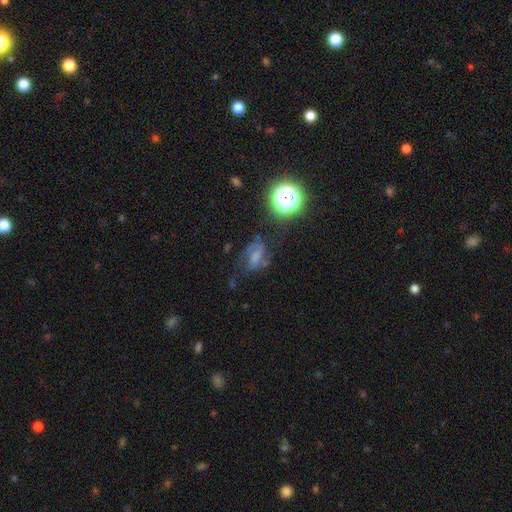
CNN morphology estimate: Smooth or featured? featured or disk (52%)
Edge-on disk? no (96%)
Bar? no (42%)
Spiral arms? yes (78%)
Bulge size? moderate (33%)
Merging? none (51%)